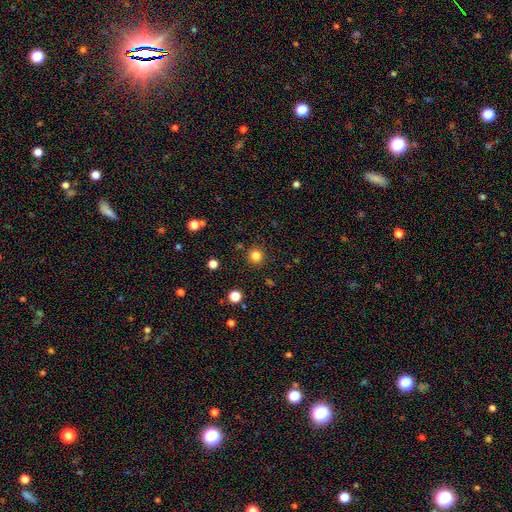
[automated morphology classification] A smooth galaxy with no disk features (82%) that is round (94%). Merging: none (90%).